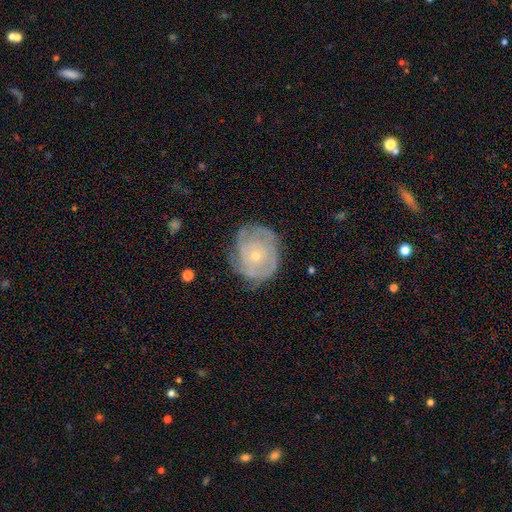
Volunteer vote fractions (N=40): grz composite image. It shows a featured or disk galaxy (75%) with no bar (73%), tight (73%) spiral arms (100%) and a small central bulge (93%). Merging: none (75%).